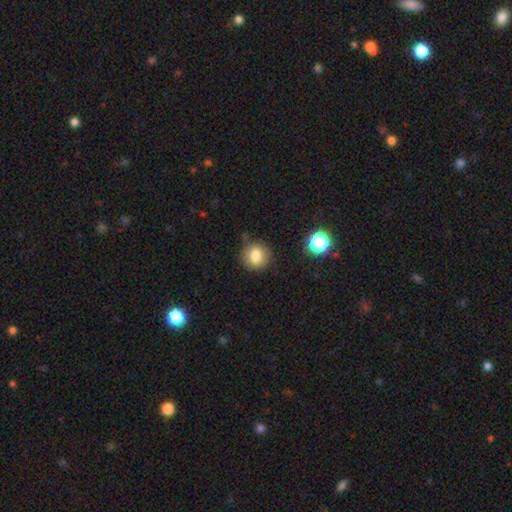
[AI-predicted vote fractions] Overall: smooth (81%). How rounded: round (86%). Merging: none (83%).